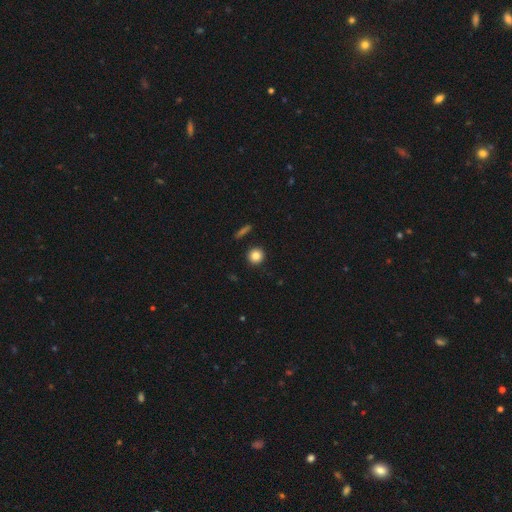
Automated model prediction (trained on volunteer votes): smooth-or-featured: smooth: 85% | star or artifact: 10% | featured or disk: 6%
  how-rounded: round: 94% | in between: 5% | cigar-shaped: 1%
  merging: none: 91% | minor disturbance: 5% | merger: 2% | major disturbance: 2%